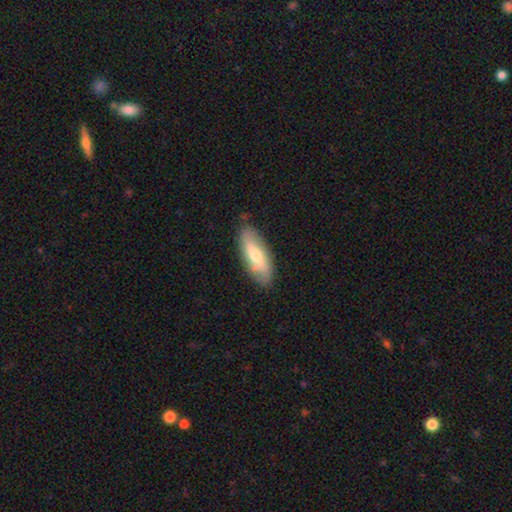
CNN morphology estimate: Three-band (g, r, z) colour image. It shows a smooth galaxy with no disk features (49%). Merging: none (83%).